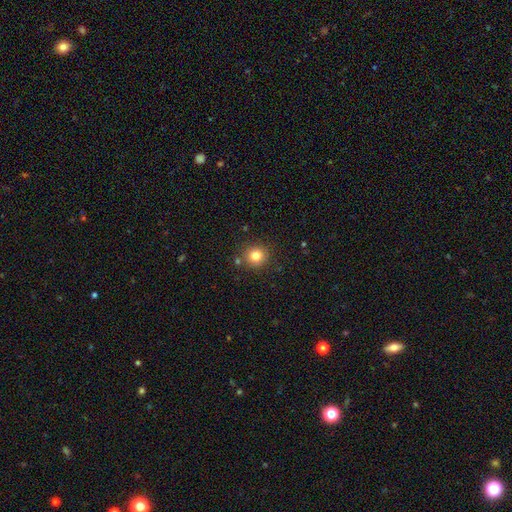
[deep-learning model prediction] smooth-or-featured: smooth: 81% | star or artifact: 12% | featured or disk: 7%
  how-rounded: round: 90% | in between: 9% | cigar-shaped: 1%
  merging: none: 84% | minor disturbance: 8% | merger: 5% | major disturbance: 2%